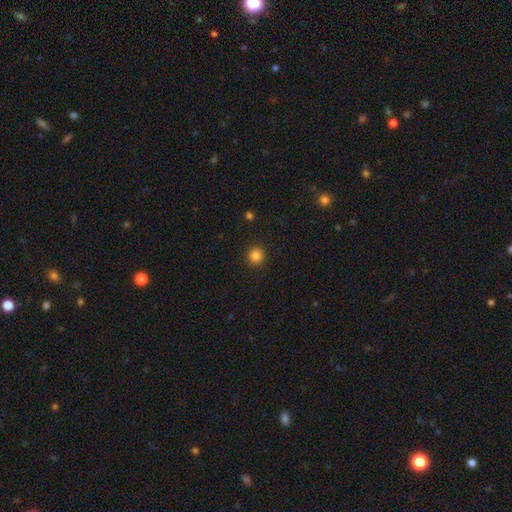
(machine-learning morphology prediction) smooth_or_featured: smooth (p=0.83) [alt: star or artifact p=0.12]
how_rounded: round (p=0.93) [alt: in between p=0.06]
merging: none (p=0.92) [alt: minor disturbance p=0.05]